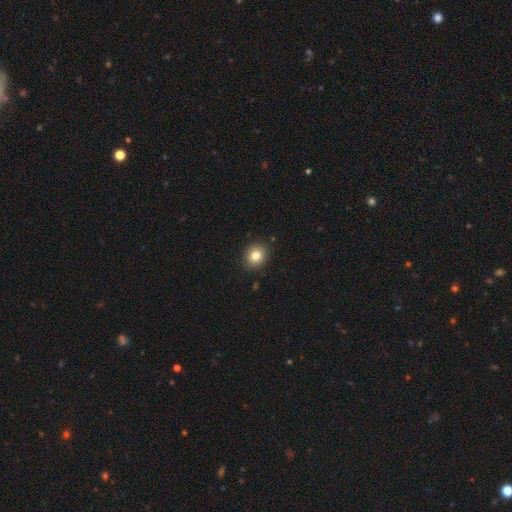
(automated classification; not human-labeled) smooth 82%, star or artifact 10%, featured or disk 7%. Down the decision tree: how rounded — round (65%); merging — none (89%).